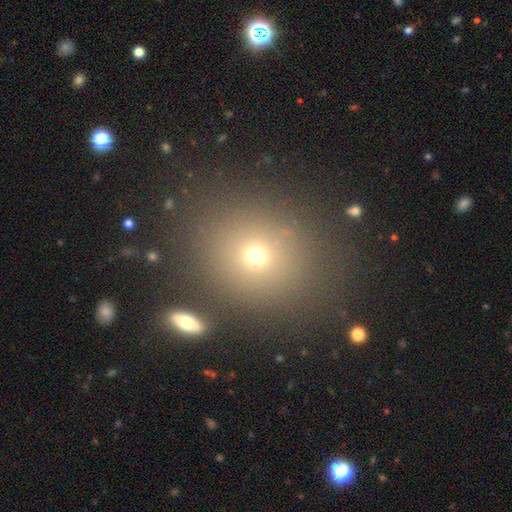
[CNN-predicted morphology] smooth 66%, star or artifact 23%, featured or disk 11%. Down the decision tree: how rounded — round (73%); merging — none (82%).